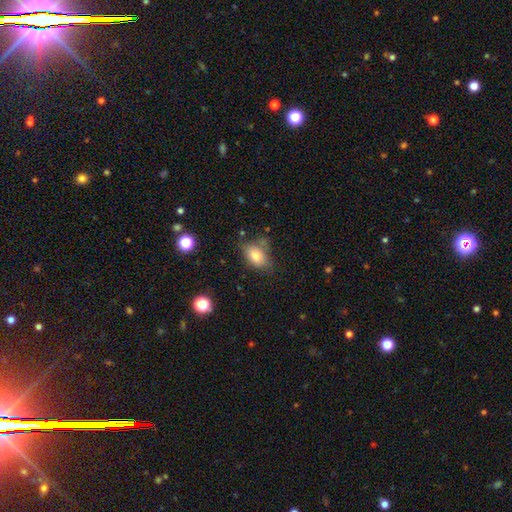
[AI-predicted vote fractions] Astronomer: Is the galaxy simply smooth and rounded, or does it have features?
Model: smooth — 76%.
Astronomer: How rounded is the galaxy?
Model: in between — 83%.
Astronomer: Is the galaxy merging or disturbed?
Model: none — 58%.